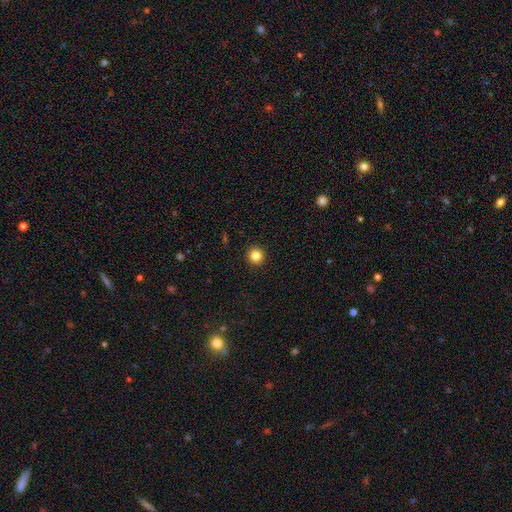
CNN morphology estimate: Q: Smooth or featured?
A: smooth (83%); runner-up: star or artifact (12%)
Q: How rounded?
A: round (95%); runner-up: in between (4%)
Q: Merging?
A: none (94%); runner-up: minor disturbance (4%)